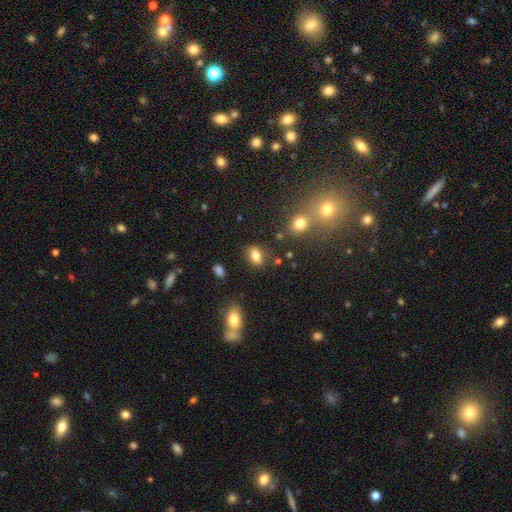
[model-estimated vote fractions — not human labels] This appears to be a smooth galaxy with no disk features (81%) that is in between round and cigar-shaped (82%). Merging: none (81%).